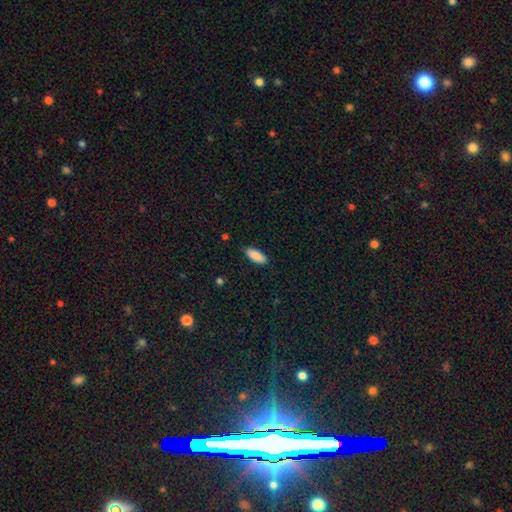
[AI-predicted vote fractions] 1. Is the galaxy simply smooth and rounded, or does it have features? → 89% smooth, 6% star or artifact, 5% featured or disk.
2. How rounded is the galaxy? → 81% in between, 17% cigar-shaped, 2% round.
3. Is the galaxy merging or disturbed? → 87% none, 10% minor disturbance, 2% major disturbance, 1% merger.